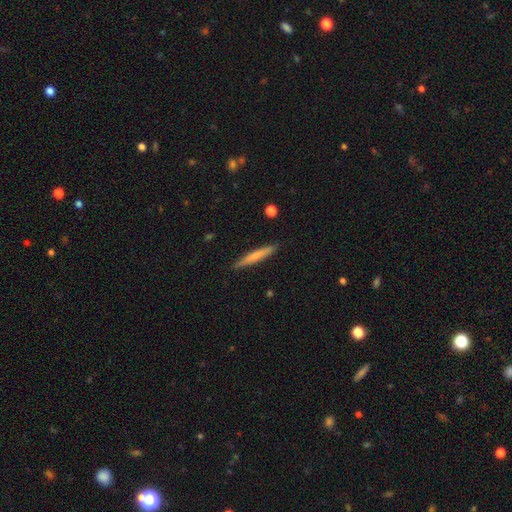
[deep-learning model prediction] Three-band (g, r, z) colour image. It shows a smooth galaxy with no disk features (64%) that is cigar-shaped (95%). Merging: none (90%).